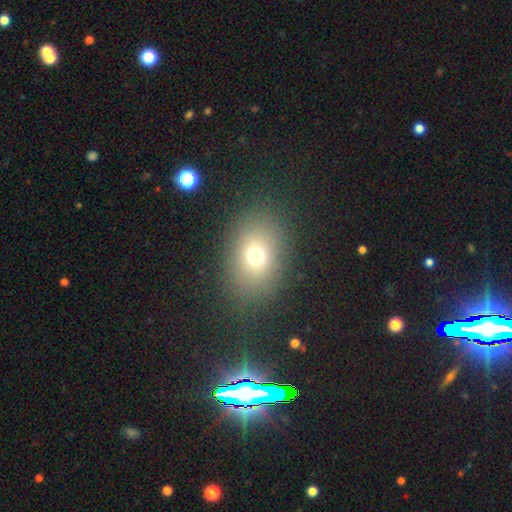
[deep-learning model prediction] Smooth or featured?
  - smooth: 70% *
  - star or artifact: 17%
  - featured or disk: 13%
How rounded?
  - in between: 64% *
  - round: 35%
  - cigar-shaped: 1%
Merging?
  - none: 81% *
  - minor disturbance: 10%
  - major disturbance: 7%
  - merger: 1%